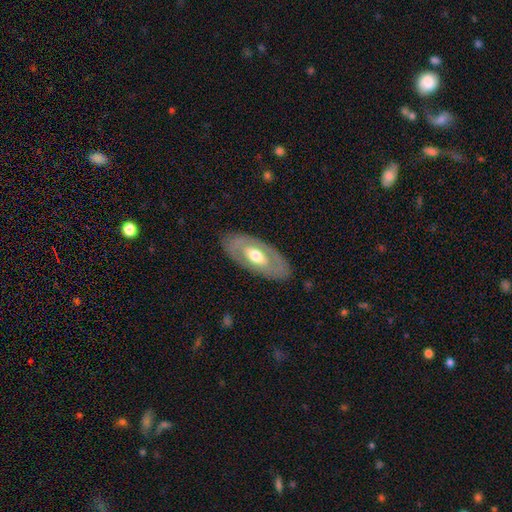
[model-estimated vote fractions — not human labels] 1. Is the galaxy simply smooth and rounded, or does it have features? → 54% featured or disk, 41% smooth, 5% star or artifact.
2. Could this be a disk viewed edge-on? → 84% no, 16% yes.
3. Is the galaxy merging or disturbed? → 83% none, 12% minor disturbance, 4% major disturbance, 1% merger.